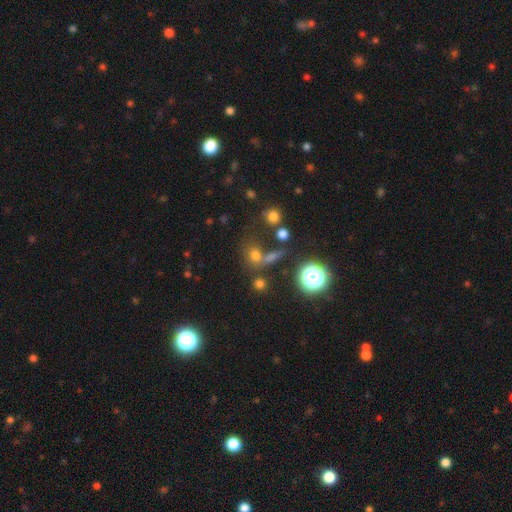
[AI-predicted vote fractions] Q: Smooth or featured?
A: smooth (63%); runner-up: star or artifact (27%)
Q: How rounded?
A: round (64%); runner-up: in between (32%)
Q: Merging?
A: none (54%); runner-up: merger (29%)